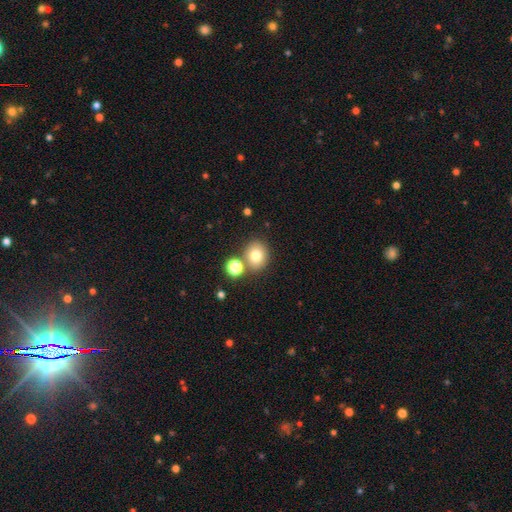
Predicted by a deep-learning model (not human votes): Smooth or featured? Predicted: smooth (p=0.77). How rounded? Predicted: round (p=0.68). Merging? Predicted: none (p=0.74).